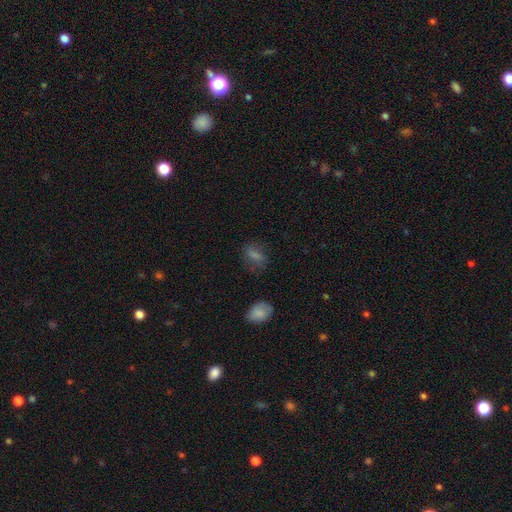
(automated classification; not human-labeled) smooth-or-featured: smooth: 66% | featured or disk: 17% | star or artifact: 17%
  how-rounded: in between: 71% | round: 20% | cigar-shaped: 9%
  merging: none: 72% | minor disturbance: 18% | major disturbance: 8% | merger: 2%